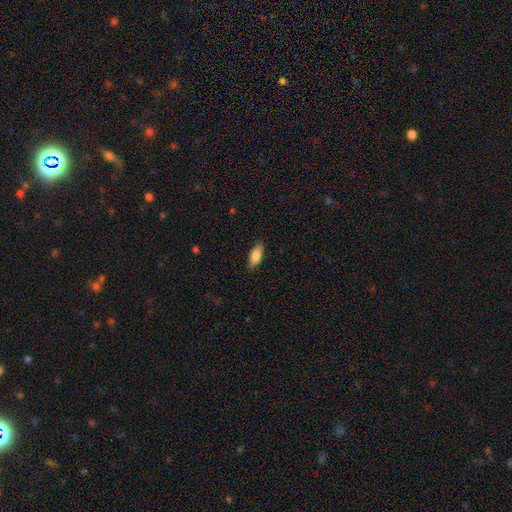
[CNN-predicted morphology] smooth-or-featured: smooth: 84% | featured or disk: 10% | star or artifact: 6%
  how-rounded: in between: 76% | cigar-shaped: 22% | round: 2%
  merging: none: 85% | minor disturbance: 12% | major disturbance: 2% | merger: 1%